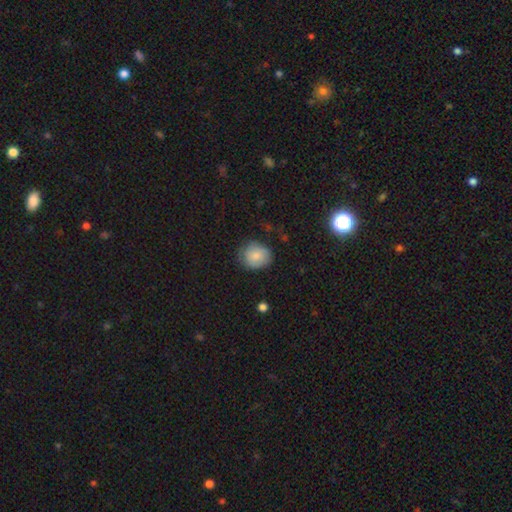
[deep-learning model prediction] Morphology: type=smooth (83%); roundness=round (75%); merging=none (71%).